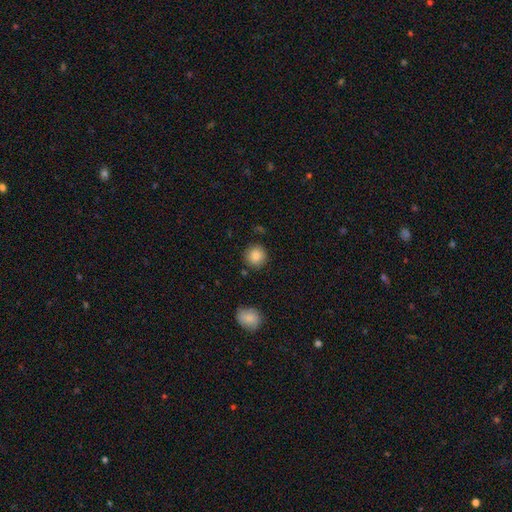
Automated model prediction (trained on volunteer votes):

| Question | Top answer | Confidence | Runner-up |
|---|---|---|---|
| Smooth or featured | smooth | 87% | star or artifact (9%) |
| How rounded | round | 91% | in between (8%) |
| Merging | none | 86% | minor disturbance (9%) |